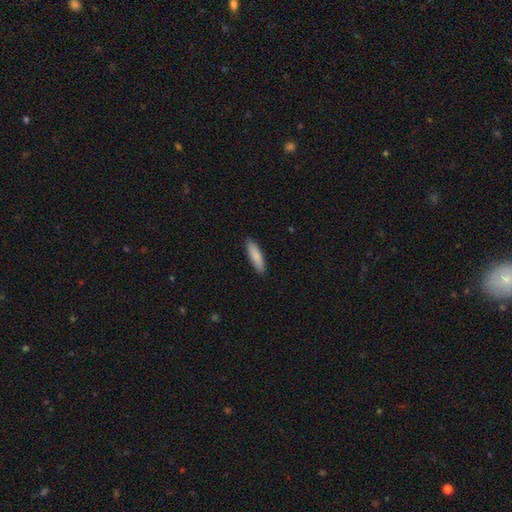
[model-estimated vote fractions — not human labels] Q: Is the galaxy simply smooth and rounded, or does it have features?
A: smooth — 87%.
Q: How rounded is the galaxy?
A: cigar-shaped — 65%.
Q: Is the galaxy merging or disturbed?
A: none — 89%.